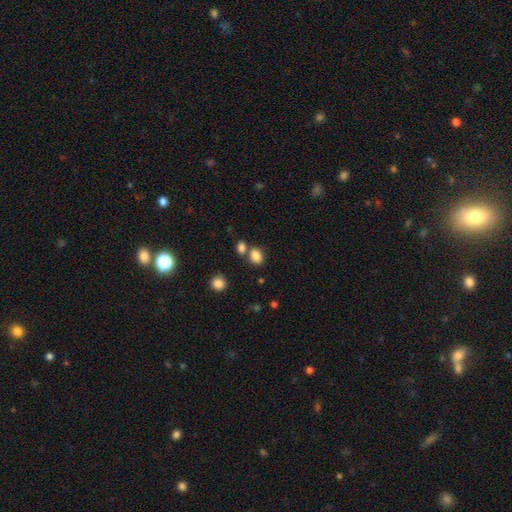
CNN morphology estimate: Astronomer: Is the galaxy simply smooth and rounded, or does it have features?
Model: smooth — 84%.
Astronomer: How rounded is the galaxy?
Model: in between — 59% (runner-up: round, 40%).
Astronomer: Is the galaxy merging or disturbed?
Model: none — 58%.